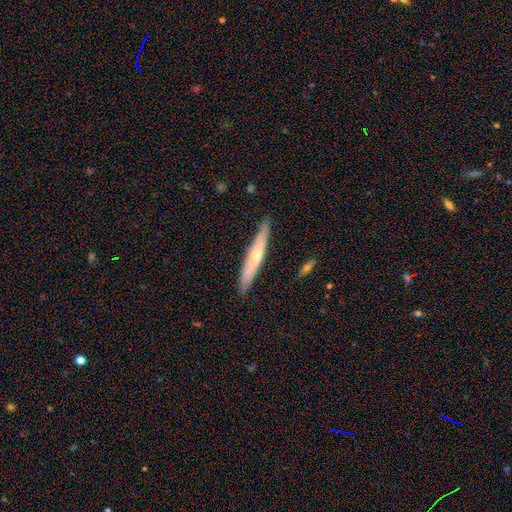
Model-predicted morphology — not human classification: featured or disk 51%, smooth 43%, star or artifact 6%. Down the decision tree: edge-on disk — yes (87%); merging — none (87%).